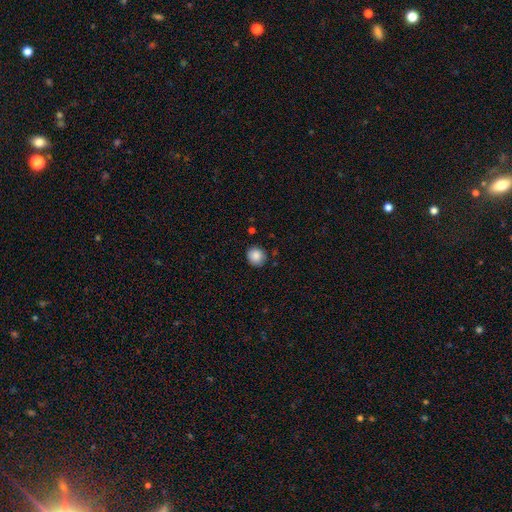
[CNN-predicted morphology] type=smooth (87%); roundness=round (86%); merging=none (87%).